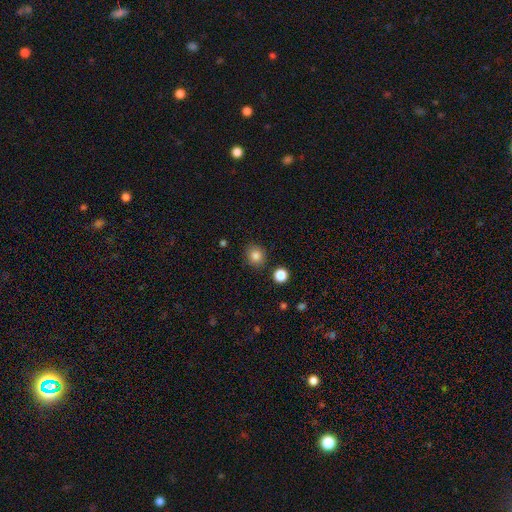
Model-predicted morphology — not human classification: Smooth or featured? Predicted: smooth (p=0.83). How rounded? Predicted: round (p=0.79). Merging? Predicted: none (p=0.87).